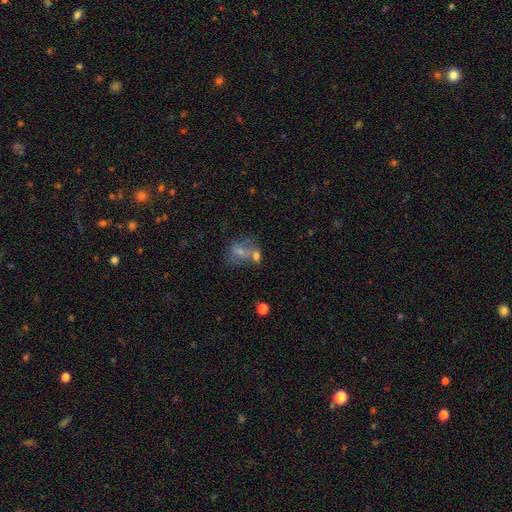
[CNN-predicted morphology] A smooth galaxy with no disk features (45%).

Vote fractions:
- Smooth or featured? smooth: 45% / star or artifact: 30% / featured or disk: 24%
- Merging? none: 46% / merger: 34% / minor disturbance: 12% / major disturbance: 9%